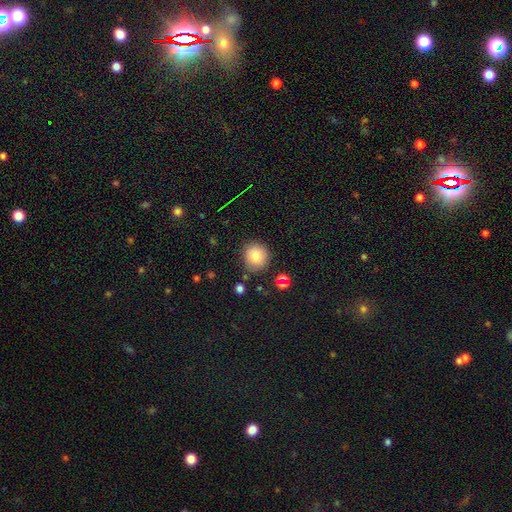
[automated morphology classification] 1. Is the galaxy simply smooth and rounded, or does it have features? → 82% smooth, 11% star or artifact, 7% featured or disk.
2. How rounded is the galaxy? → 89% round, 10% in between, 1% cigar-shaped.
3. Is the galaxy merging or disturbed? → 81% none, 12% minor disturbance, 4% merger, 3% major disturbance.